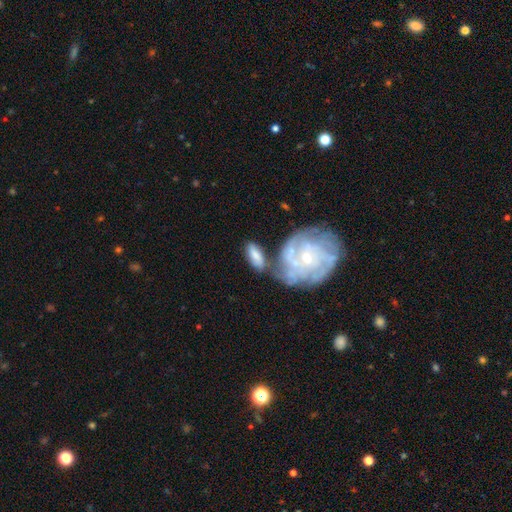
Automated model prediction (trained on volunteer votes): smooth-or-featured: smooth: 61% | featured or disk: 32% | star or artifact: 6%
  how-rounded: in between: 82% | cigar-shaped: 14% | round: 4%
  merging: none: 46% | merger: 25% | minor disturbance: 20% | major disturbance: 9%